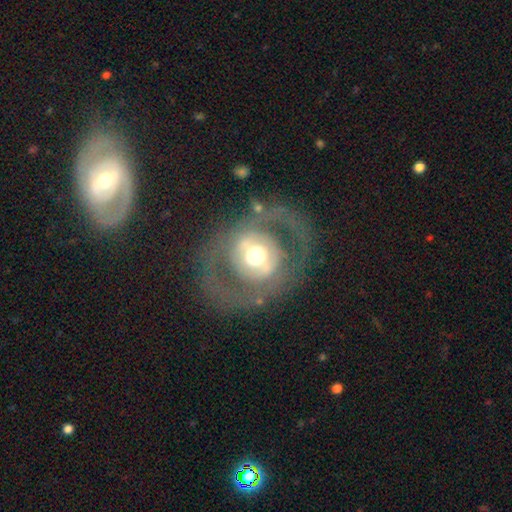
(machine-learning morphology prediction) type=featured or disk (65%); edge-on=no (94%); bar=no (61%); spiral arms=no (64%); bulge=moderate (53%); merging=none (69%).